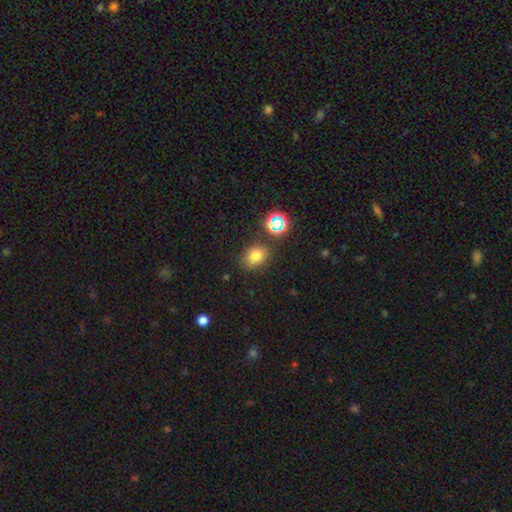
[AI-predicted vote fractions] smooth-or-featured: smooth: 73% | star or artifact: 18% | featured or disk: 9%
  how-rounded: in between: 51% | round: 48% | cigar-shaped: 1%
  merging: none: 78% | minor disturbance: 13% | merger: 5% | major disturbance: 4%